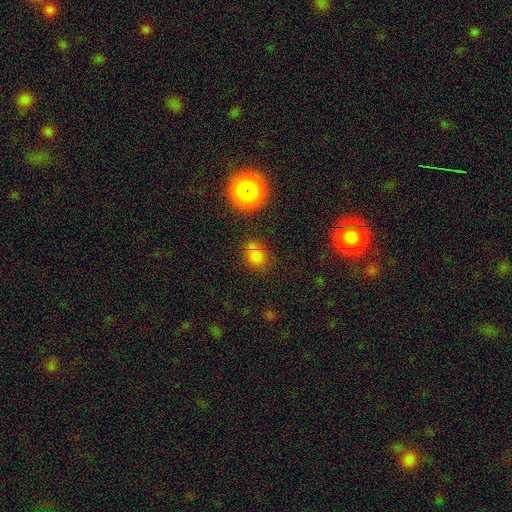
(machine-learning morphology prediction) Smooth or featured? smooth (70%)
How rounded? round (64%)
Merging? none (74%)